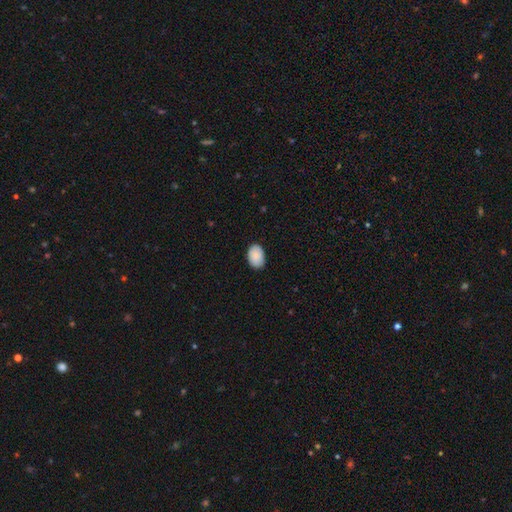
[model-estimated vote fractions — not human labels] smooth-or-featured: smooth: 88% | star or artifact: 6% | featured or disk: 6%
  how-rounded: in between: 86% | round: 13% | cigar-shaped: 1%
  merging: none: 84% | minor disturbance: 13% | major disturbance: 2% | merger: 1%